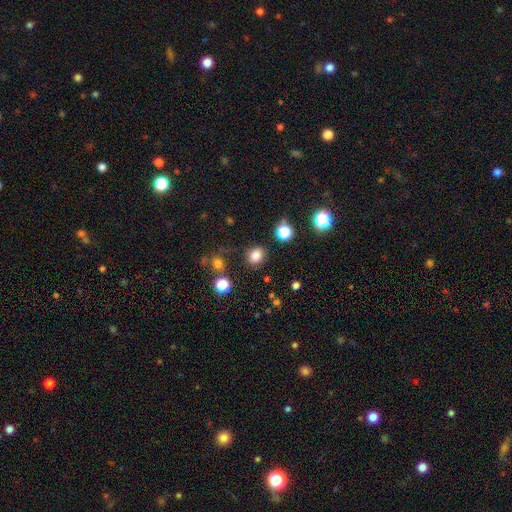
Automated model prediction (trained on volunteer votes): Overall: smooth (81%). How rounded: round (59%; in between 40%). Merging: none (82%).